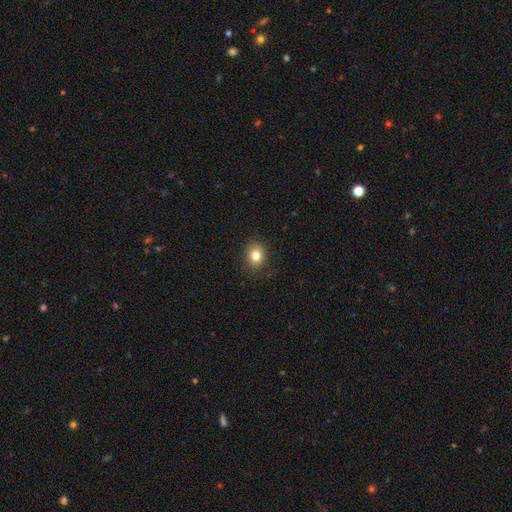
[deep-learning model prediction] Q: Smooth or featured?
A: smooth (81%); runner-up: star or artifact (12%)
Q: How rounded?
A: round (66%); runner-up: in between (33%)
Q: Merging?
A: none (89%); runner-up: minor disturbance (8%)